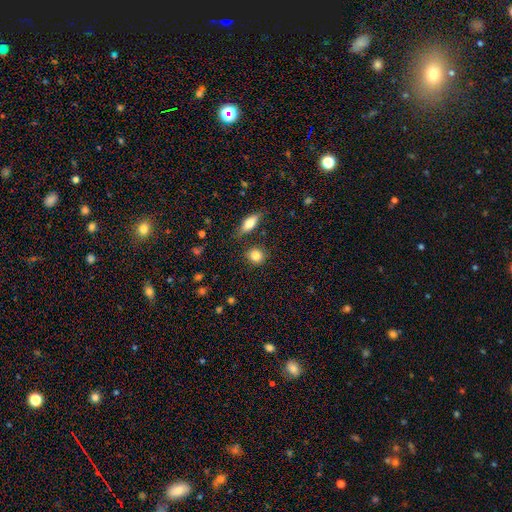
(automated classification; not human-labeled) This is clearly a smooth galaxy (85%). How rounded: likely round (79%). Merging: clearly none (84%).